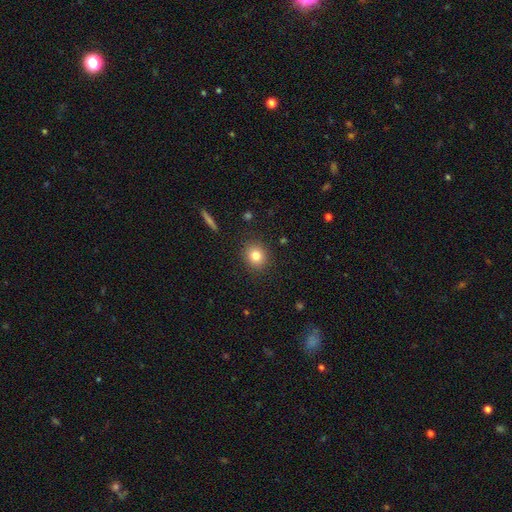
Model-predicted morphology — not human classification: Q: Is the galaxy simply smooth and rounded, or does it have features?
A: smooth — 81%.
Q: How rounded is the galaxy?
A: round — 79%.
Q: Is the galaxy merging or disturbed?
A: none — 89%.